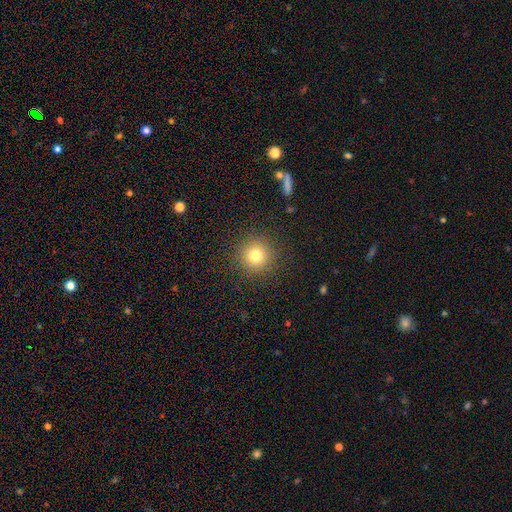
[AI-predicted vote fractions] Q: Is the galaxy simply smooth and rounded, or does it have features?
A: smooth — 77%.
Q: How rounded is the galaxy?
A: round — 95%.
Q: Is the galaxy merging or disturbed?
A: none — 90%.